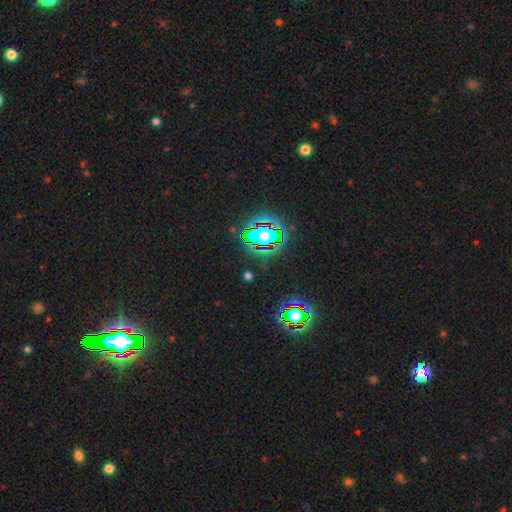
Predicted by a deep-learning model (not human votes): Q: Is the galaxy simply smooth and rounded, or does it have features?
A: star or artifact — 81%.